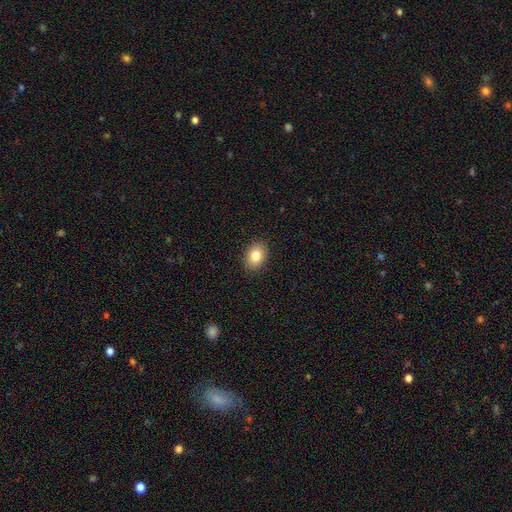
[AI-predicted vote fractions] The model was most divided on "how rounded": in between: 73%, round: 26%, cigar-shaped: 1%. More confident: merging — none (89%); smooth or featured — smooth (82%).